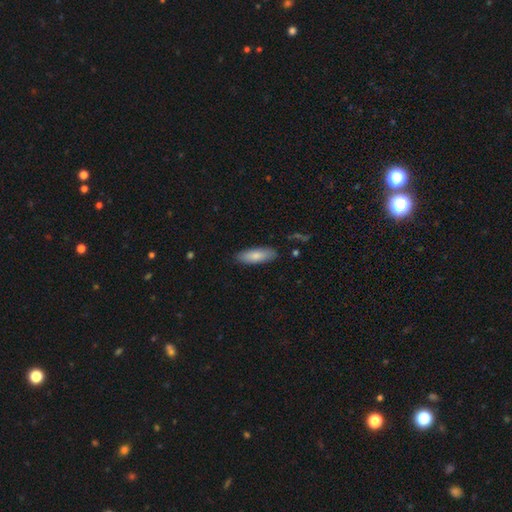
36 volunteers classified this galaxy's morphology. A smooth galaxy with no disk features (83%) that is in between round and cigar-shaped (67%).

Vote fractions:
- Smooth or featured? smooth: 83% / featured or disk: 11% / star or artifact: 6%
- How rounded? in between: 67% / cigar-shaped: 33% / round: 0%
- Merging? none: 91% / minor disturbance: 9% / major disturbance: 0% / merger: 0%